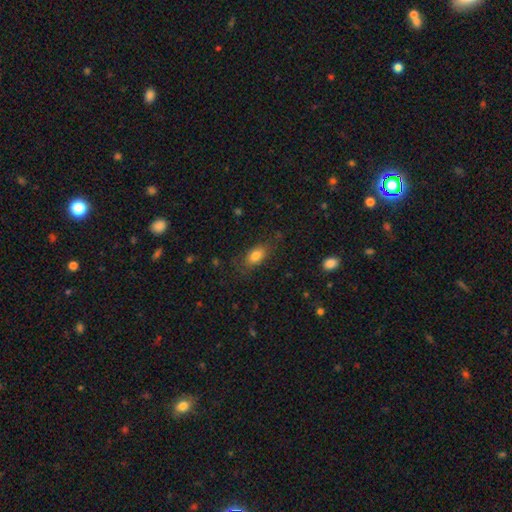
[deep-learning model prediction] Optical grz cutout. It shows a smooth galaxy with no disk features (81%) that is in between round and cigar-shaped (86%). Merging: none (74%).